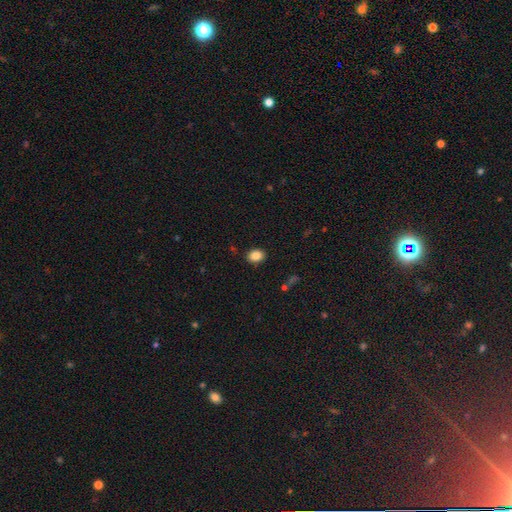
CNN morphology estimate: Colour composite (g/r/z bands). It shows a smooth galaxy with no disk features (85%) that is in between round and cigar-shaped (64%). Merging: none (89%).